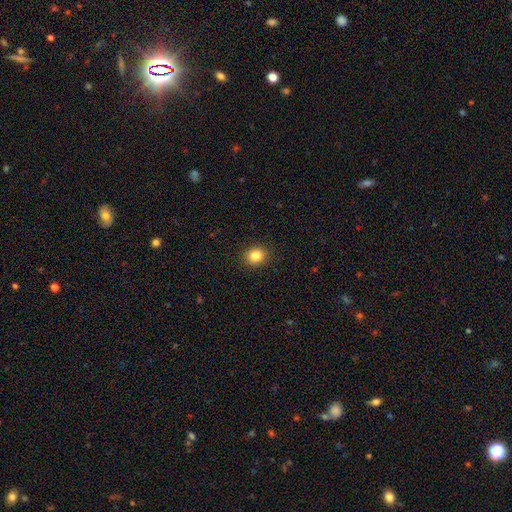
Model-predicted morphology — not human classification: A smooth galaxy with no disk features (83%) that is round (69%).

Vote fractions:
- Smooth or featured? smooth: 83% / star or artifact: 11% / featured or disk: 6%
- How rounded? round: 69% / in between: 30% / cigar-shaped: 1%
- Merging? none: 91% / minor disturbance: 6% / major disturbance: 2% / merger: 1%